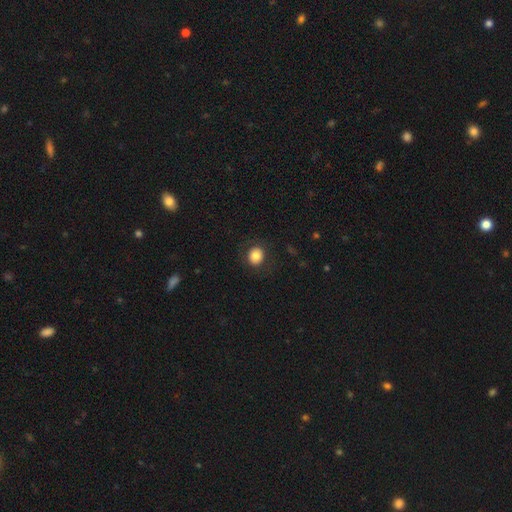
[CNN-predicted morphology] Smooth or featured?
  - smooth: 81% *
  - featured or disk: 9%
  - star or artifact: 9%
How rounded?
  - round: 77% *
  - in between: 22%
  - cigar-shaped: 1%
Merging?
  - none: 85% *
  - minor disturbance: 9%
  - major disturbance: 5%
  - merger: 1%